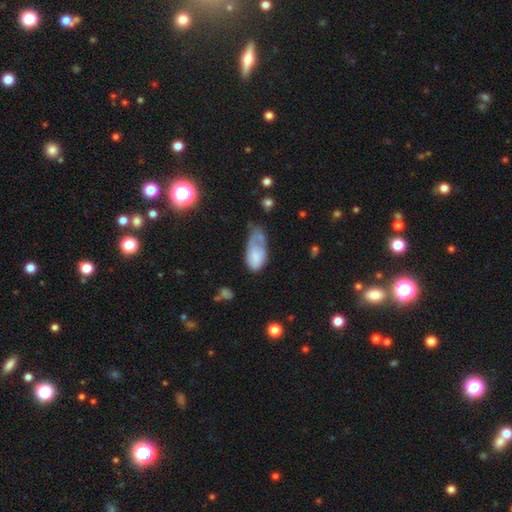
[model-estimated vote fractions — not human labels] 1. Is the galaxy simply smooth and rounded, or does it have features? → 66% smooth, 27% featured or disk, 7% star or artifact.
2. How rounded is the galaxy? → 92% in between, 4% round, 4% cigar-shaped.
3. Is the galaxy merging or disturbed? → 34% major disturbance, 32% minor disturbance, 20% none, 14% merger.